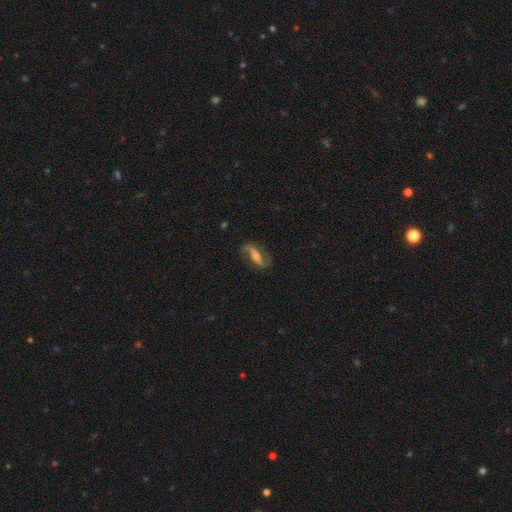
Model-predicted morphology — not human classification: This is likely a featured or disk galaxy (75%). It is clearly not viewed edge-on (90%). Bar: possibly strong (51%). Spiral arm pattern: clearly yes (92%). Spiral arm count: clearly 2 (89%). Spiral winding: possibly loose (58%). Central bulge: marginally small (38%, tied with moderate). Merging: likely none (74%).